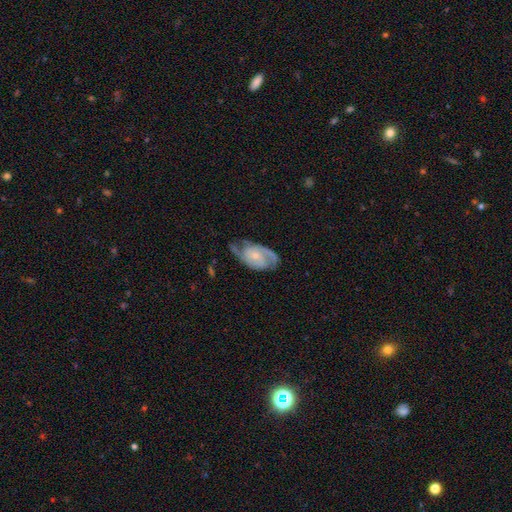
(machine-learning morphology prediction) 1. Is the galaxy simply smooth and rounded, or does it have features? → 82% featured or disk, 13% smooth, 5% star or artifact.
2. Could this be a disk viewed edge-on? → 96% no, 4% yes.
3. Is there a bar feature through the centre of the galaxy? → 65% no, 29% weak, 5% strong.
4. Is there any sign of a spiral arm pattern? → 94% yes, 6% no.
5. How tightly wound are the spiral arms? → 45% medium, 40% tight, 15% loose.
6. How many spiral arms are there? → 76% 2, 10% can't tell, 6% 3, 5% 1, 2% 4, 2% more than 4.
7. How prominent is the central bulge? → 58% small, 32% moderate, 6% none, 3% large, 1% dominant.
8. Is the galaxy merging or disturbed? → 61% none, 25% minor disturbance, 12% major disturbance, 2% merger.